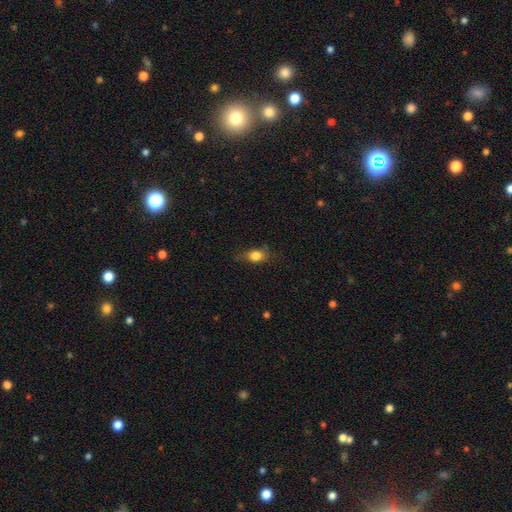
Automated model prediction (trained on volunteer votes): The model was most divided on "how rounded": in between: 69%, round: 25%, cigar-shaped: 5%. More confident: smooth or featured — smooth (81%); merging — none (68%).